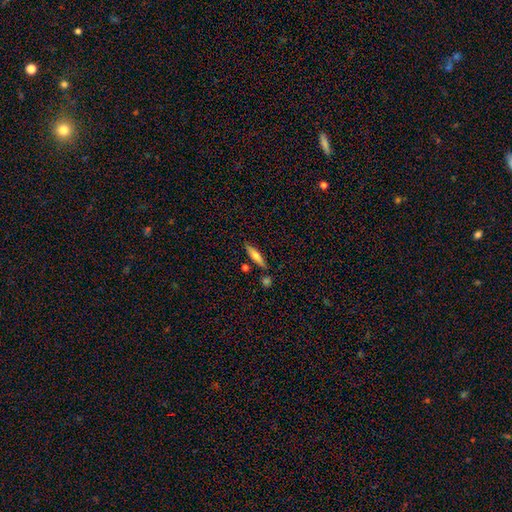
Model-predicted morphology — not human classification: Smooth or featured?
  - smooth: 59% *
  - featured or disk: 35%
  - star or artifact: 7%
How rounded?
  - cigar-shaped: 77% *
  - in between: 21%
  - round: 2%
Merging?
  - none: 79% *
  - minor disturbance: 12%
  - merger: 7%
  - major disturbance: 3%